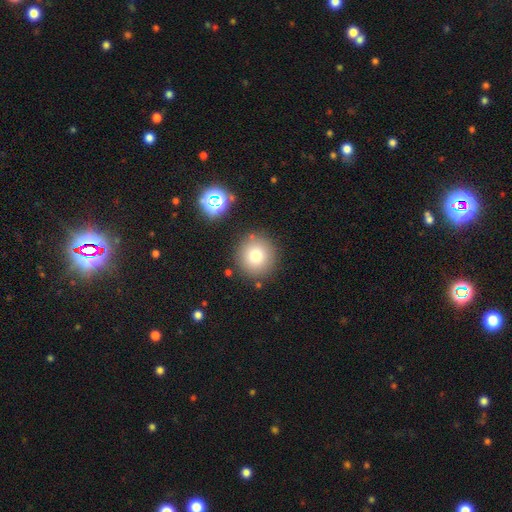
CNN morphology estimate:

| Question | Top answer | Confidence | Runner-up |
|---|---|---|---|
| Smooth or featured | smooth | 75% | star or artifact (13%) |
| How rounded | round | 94% | in between (5%) |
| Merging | none | 86% | minor disturbance (8%) |